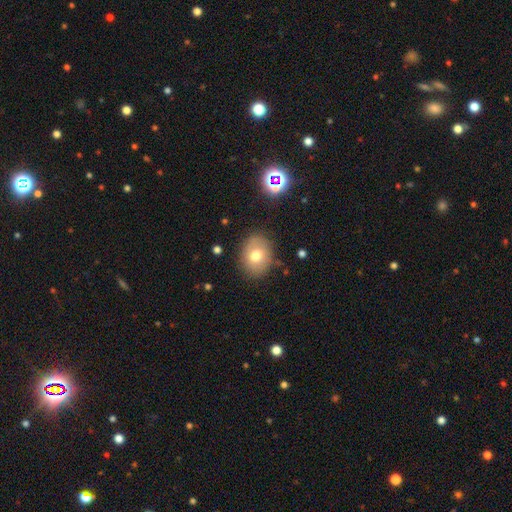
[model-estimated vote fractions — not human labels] Morphology: type=smooth (72%); roundness=in between (54%); merging=none (82%).